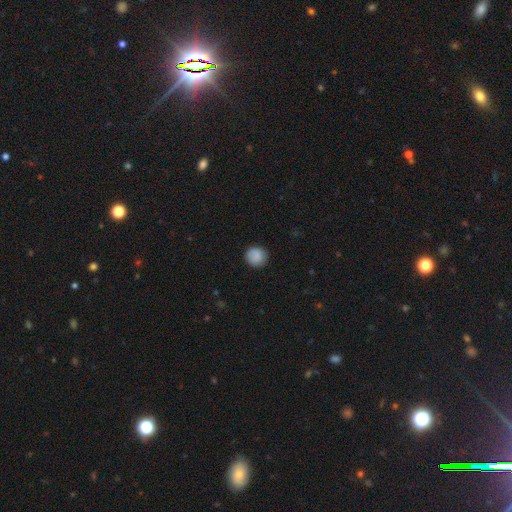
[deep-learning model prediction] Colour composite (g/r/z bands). It shows a smooth galaxy with no disk features (88%) that is round (93%). Merging: none (89%).